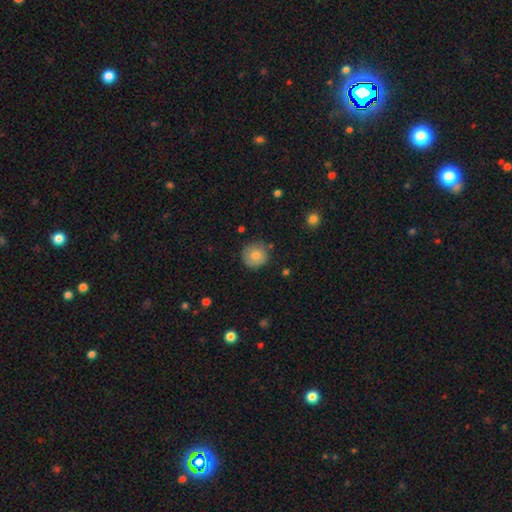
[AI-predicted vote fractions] This is likely a smooth galaxy (77%). How rounded: clearly round (93%). Merging: clearly none (83%).